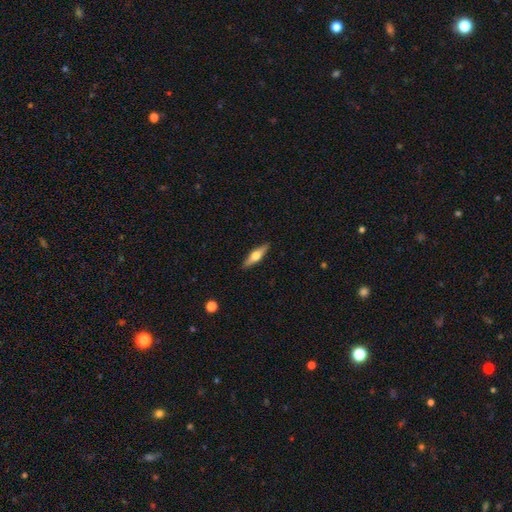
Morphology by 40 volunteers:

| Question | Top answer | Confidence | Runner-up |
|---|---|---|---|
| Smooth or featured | featured or disk | 52% | smooth (40%) |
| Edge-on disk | yes | 100% | — |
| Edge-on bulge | rounded | 95% | boxy (5%) |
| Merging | none | 89% | minor disturbance (11%) |